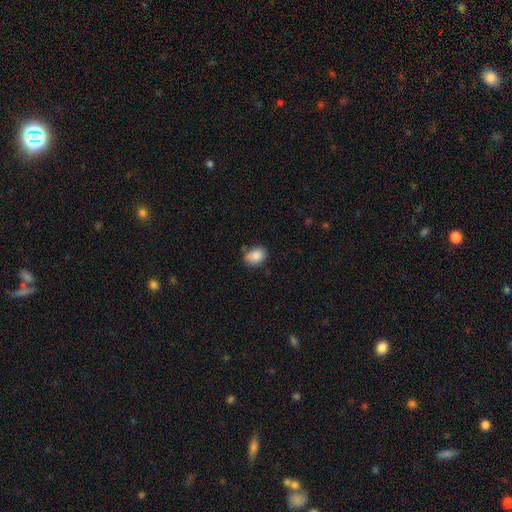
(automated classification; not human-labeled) Overall: smooth (87%). How rounded: in between (68%; round 31%). Merging: none (72%).